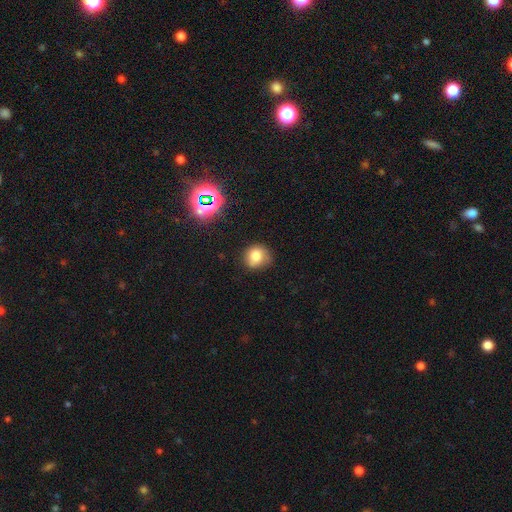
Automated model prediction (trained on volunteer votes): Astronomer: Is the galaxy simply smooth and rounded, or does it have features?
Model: smooth — 76%.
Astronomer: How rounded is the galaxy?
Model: round — 81%.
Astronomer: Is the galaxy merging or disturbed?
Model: none — 69%.